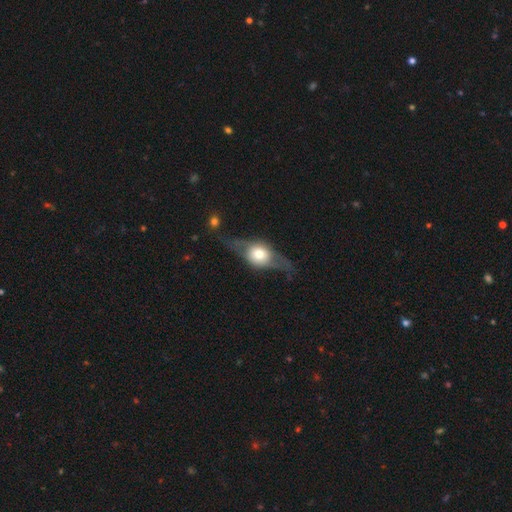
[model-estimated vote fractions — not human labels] A featured or disk galaxy (67%) viewed edge-on (68%).

Vote fractions:
- Smooth or featured? featured or disk: 67% / smooth: 25% / star or artifact: 7%
- Edge-on disk? yes: 68% / no: 32%
- Merging? none: 61% / minor disturbance: 20% / major disturbance: 15% / merger: 4%